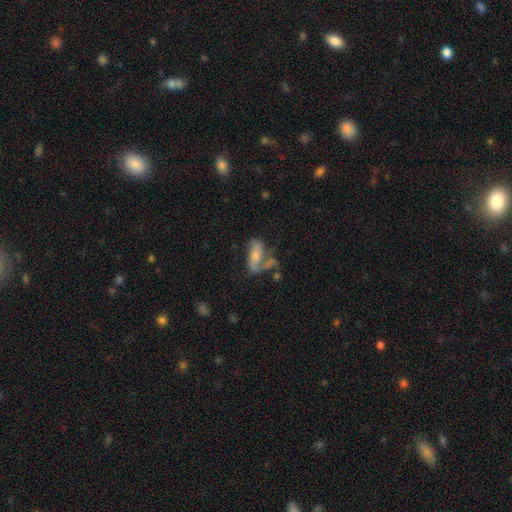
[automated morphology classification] A featured or disk galaxy (50%).

Vote fractions:
- Smooth or featured? featured or disk: 50% / smooth: 41% / star or artifact: 8%
- Edge-on disk? no: 85% / yes: 15%
- Merging? none: 35% / major disturbance: 25% / minor disturbance: 21% / merger: 18%